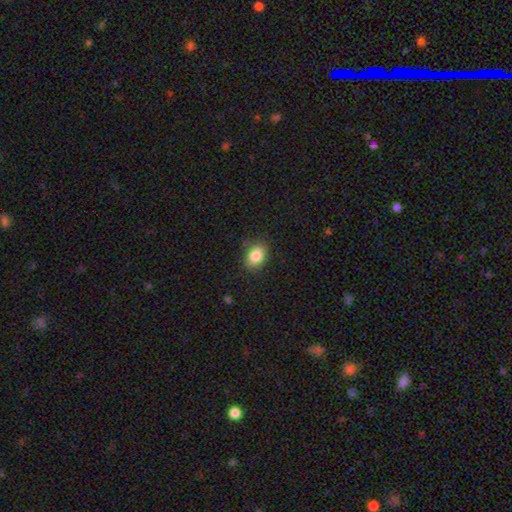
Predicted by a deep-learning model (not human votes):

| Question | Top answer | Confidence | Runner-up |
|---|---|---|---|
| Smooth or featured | smooth | 85% | star or artifact (9%) |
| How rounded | in between | 73% | round (26%) |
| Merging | none | 84% | minor disturbance (12%) |